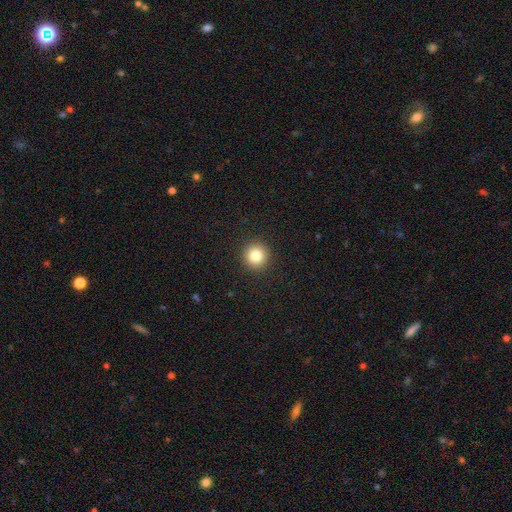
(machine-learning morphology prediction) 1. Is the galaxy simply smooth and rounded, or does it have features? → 82% smooth, 11% star or artifact, 7% featured or disk.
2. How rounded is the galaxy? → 95% round, 4% in between, 1% cigar-shaped.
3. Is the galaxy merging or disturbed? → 93% none, 5% minor disturbance, 2% major disturbance, 1% merger.